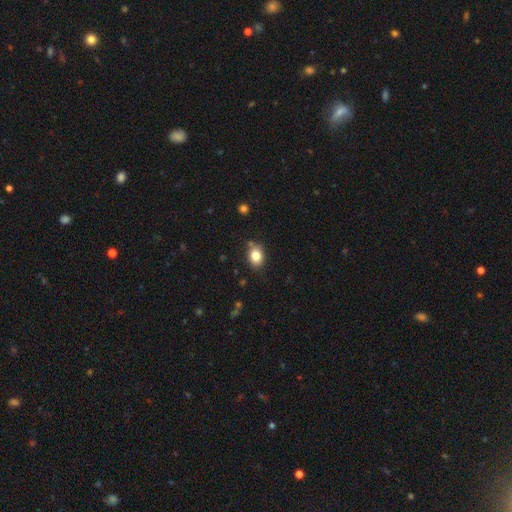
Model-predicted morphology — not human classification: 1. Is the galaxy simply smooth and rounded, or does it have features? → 81% smooth, 10% star or artifact, 9% featured or disk.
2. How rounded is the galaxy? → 60% in between, 39% round, 1% cigar-shaped.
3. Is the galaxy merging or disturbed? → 77% none, 16% minor disturbance, 4% merger, 3% major disturbance.